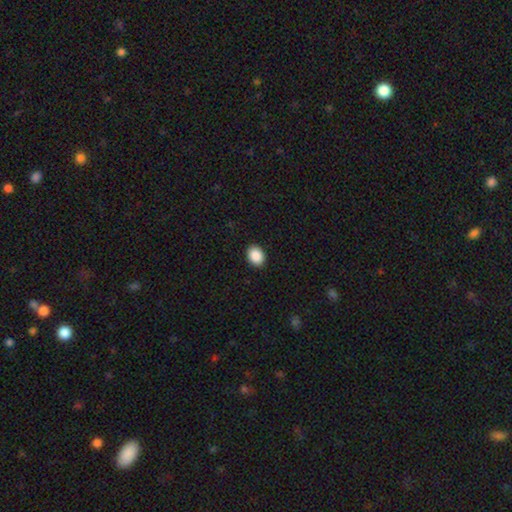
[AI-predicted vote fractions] A smooth galaxy with no disk features (90%) that is in between round and cigar-shaped (66%).

Vote fractions:
- Smooth or featured? smooth: 90% / star or artifact: 8% / featured or disk: 3%
- How rounded? in between: 66% / round: 33% / cigar-shaped: 1%
- Merging? none: 91% / minor disturbance: 6% / major disturbance: 2% / merger: 1%